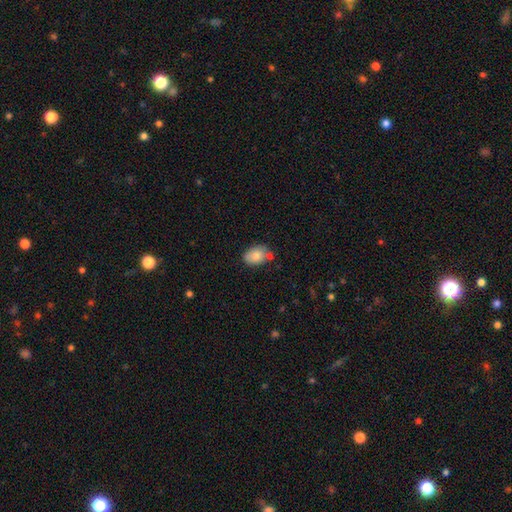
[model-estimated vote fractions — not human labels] Smooth or featured: smooth — 78% (featured or disk — 14%)
How rounded: in between — 77% (round — 22%)
Merging: none — 61% (minor disturbance — 21%)